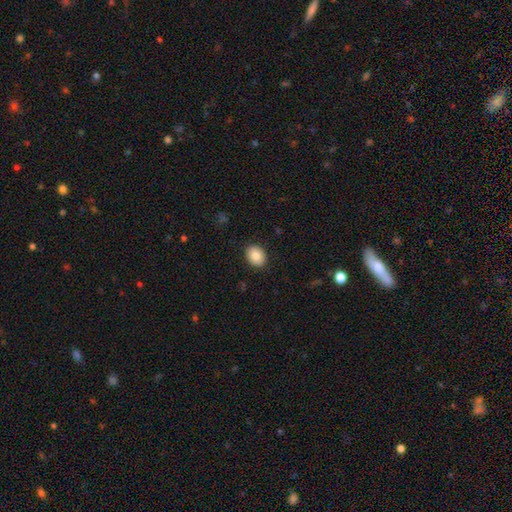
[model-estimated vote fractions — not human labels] This is clearly a smooth galaxy (85%). How rounded: possibly in between (55%). Merging: clearly none (90%).